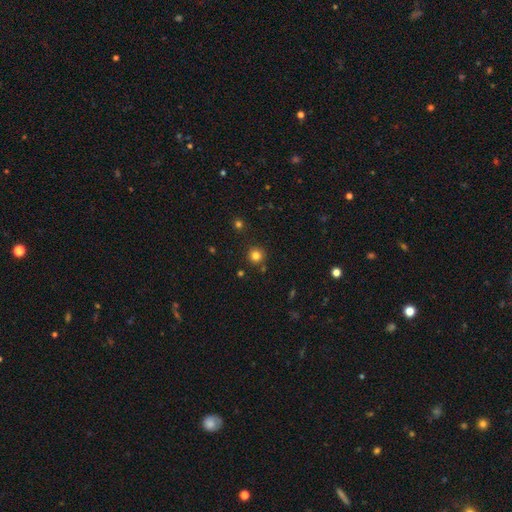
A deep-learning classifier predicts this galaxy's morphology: Q: Smooth or featured?
A: smooth (80%); runner-up: star or artifact (14%)
Q: How rounded?
A: round (94%); runner-up: in between (5%)
Q: Merging?
A: none (86%); runner-up: minor disturbance (7%)